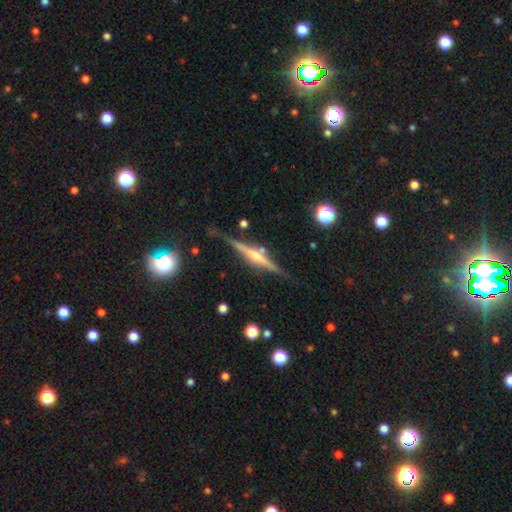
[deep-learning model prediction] Overall: featured or disk (83%). Edge-on disk: yes (98%). Edge-on bulge: rounded (85%). Merging: none (83%).